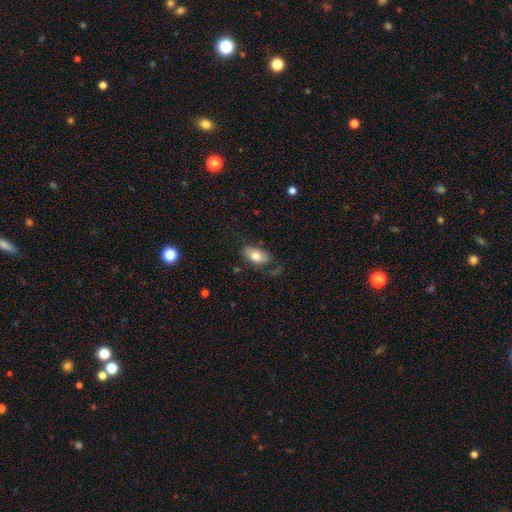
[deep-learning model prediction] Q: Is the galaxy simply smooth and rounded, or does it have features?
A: smooth — 75%.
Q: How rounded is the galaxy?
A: in between — 92%.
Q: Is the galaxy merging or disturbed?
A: none — 66%.